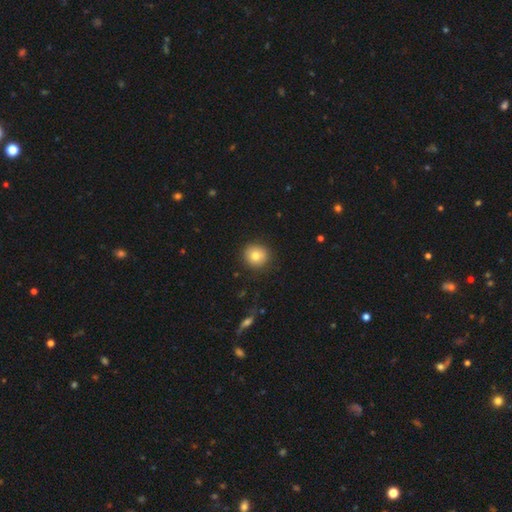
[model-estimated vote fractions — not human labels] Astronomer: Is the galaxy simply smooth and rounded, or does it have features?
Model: smooth — 80%.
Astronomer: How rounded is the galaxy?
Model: round — 89%.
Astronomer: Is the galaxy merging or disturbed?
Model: none — 89%.